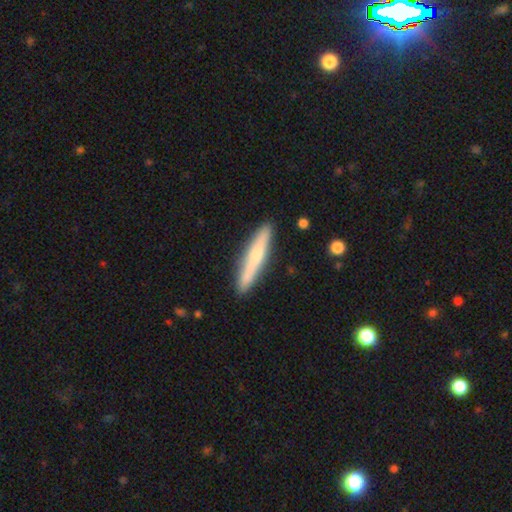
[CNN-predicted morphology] Smooth or featured: smooth — 62% (featured or disk — 33%)
How rounded: cigar-shaped — 93% (in between — 6%)
Merging: none — 88% (minor disturbance — 8%)